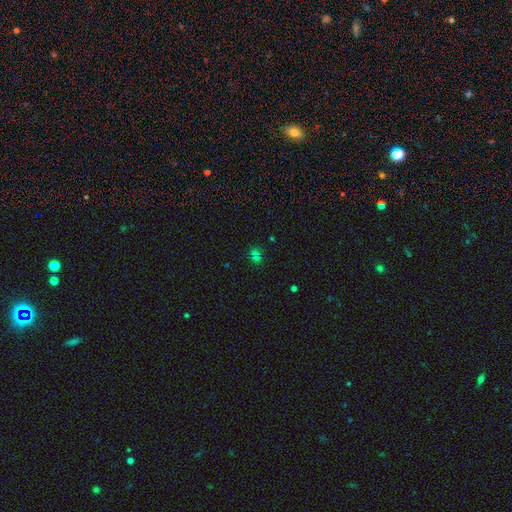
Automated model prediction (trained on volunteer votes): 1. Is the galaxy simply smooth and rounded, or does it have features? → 51% smooth, 39% star or artifact, 10% featured or disk.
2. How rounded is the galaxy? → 57% round, 41% in between, 2% cigar-shaped.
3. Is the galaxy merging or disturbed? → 66% none, 17% merger, 12% minor disturbance, 5% major disturbance.